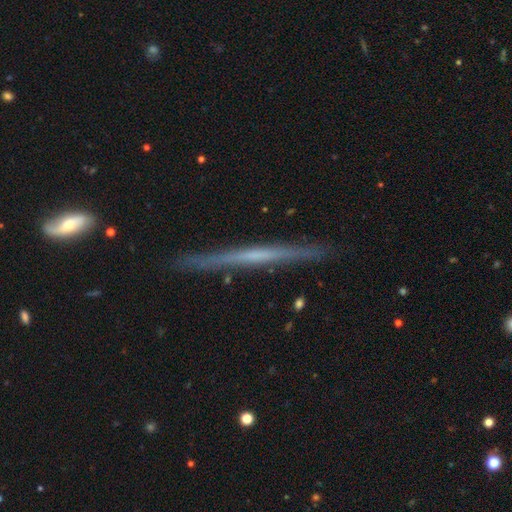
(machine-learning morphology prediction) A featured or disk galaxy (64%) viewed edge-on (97%) with no central bulge (83%).

Vote fractions:
- Smooth or featured? featured or disk: 64% / smooth: 30% / star or artifact: 6%
- Edge-on disk? yes: 97% / no: 3%
- Edge-on bulge? none: 83% / rounded: 11% / boxy: 6%
- Merging? none: 88% / minor disturbance: 9% / major disturbance: 2% / merger: 1%